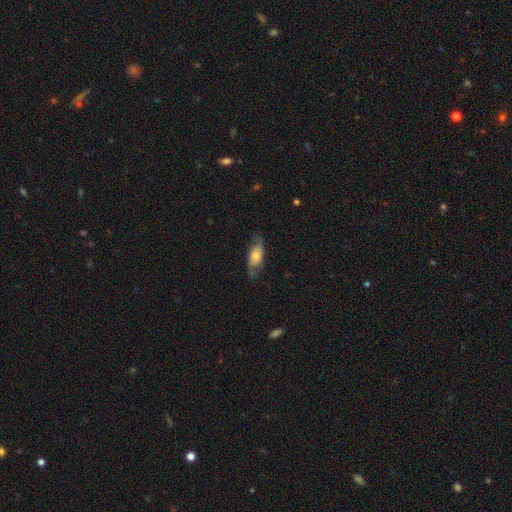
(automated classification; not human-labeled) Smooth or featured? smooth (53%)
How rounded? in between (80%)
Merging? none (68%)